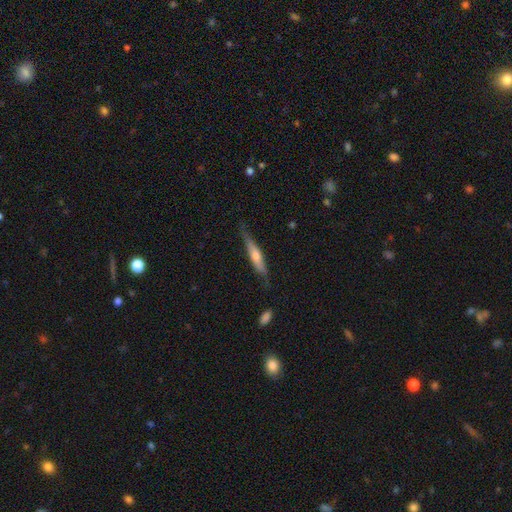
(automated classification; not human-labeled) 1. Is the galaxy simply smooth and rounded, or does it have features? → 48% smooth, 47% featured or disk, 6% star or artifact.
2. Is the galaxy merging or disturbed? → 71% none, 22% minor disturbance, 5% major disturbance, 2% merger.